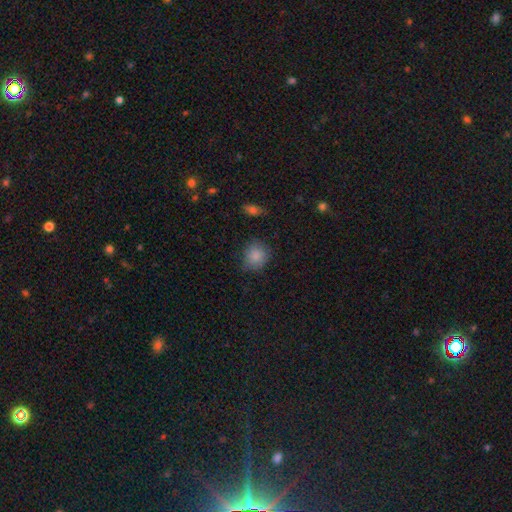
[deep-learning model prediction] A smooth galaxy with no disk features (85%) that is round (78%).

Vote fractions:
- Smooth or featured? smooth: 85% / star or artifact: 9% / featured or disk: 6%
- How rounded? round: 78% / in between: 21% / cigar-shaped: 1%
- Merging? none: 75% / minor disturbance: 19% / major disturbance: 4% / merger: 2%